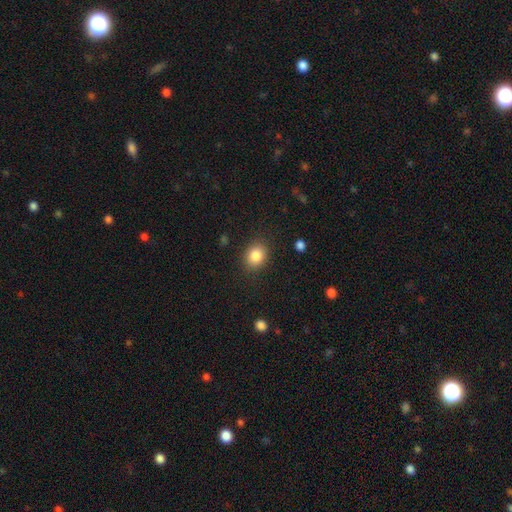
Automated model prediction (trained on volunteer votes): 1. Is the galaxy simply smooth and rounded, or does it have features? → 85% smooth, 9% star or artifact, 6% featured or disk.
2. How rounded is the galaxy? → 56% round, 44% in between, 1% cigar-shaped.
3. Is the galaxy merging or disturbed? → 87% none, 9% minor disturbance, 3% major disturbance, 1% merger.